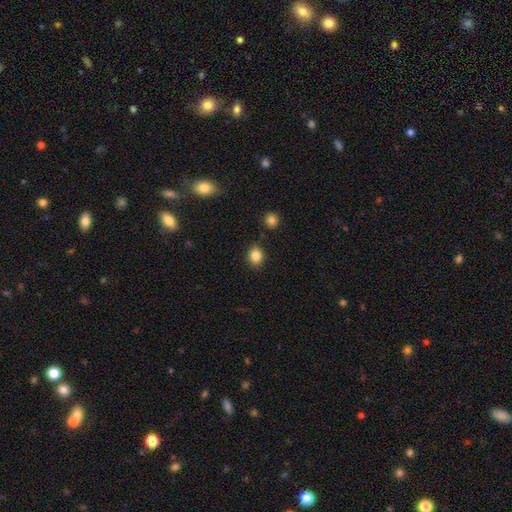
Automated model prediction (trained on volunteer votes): smooth 85%, star or artifact 10%, featured or disk 5%. Down the decision tree: how rounded — in between (50%); merging — none (87%).